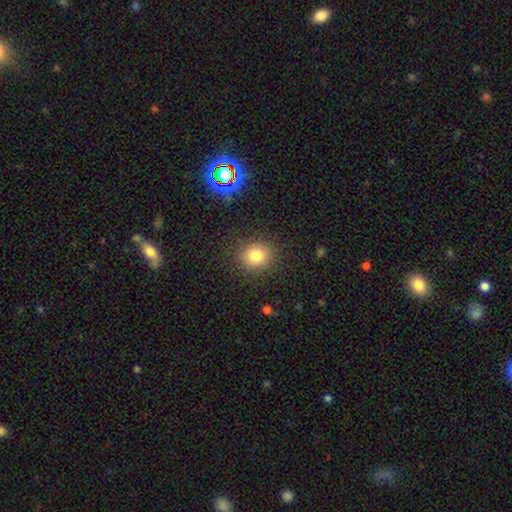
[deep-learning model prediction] smooth_or_featured: smooth (p=0.79) [alt: star or artifact p=0.13]
how_rounded: round (p=0.81) [alt: in between p=0.18]
merging: none (p=0.87) [alt: minor disturbance p=0.08]